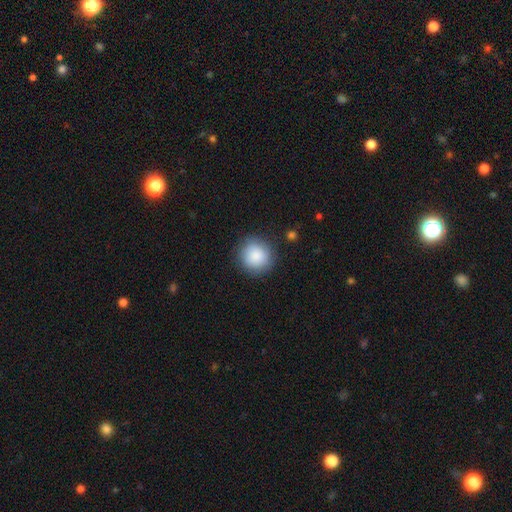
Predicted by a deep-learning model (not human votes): Smooth or featured: smooth — 87% (star or artifact — 8%)
How rounded: round — 93% (in between — 6%)
Merging: none — 87% (minor disturbance — 9%)